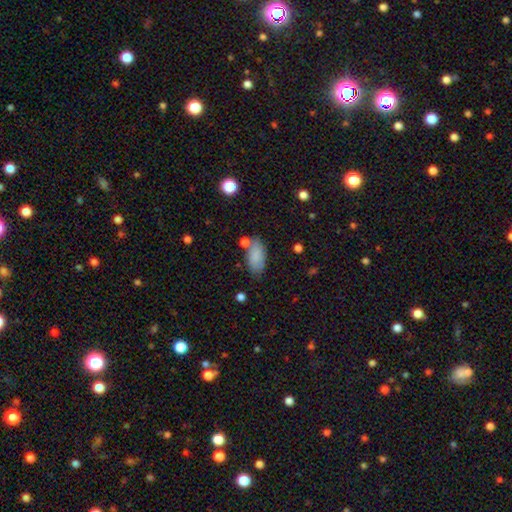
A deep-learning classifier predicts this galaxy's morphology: Smooth or featured? Predicted: smooth (p=0.85). How rounded? Predicted: in between (p=0.92). Merging? Predicted: none (p=0.69).